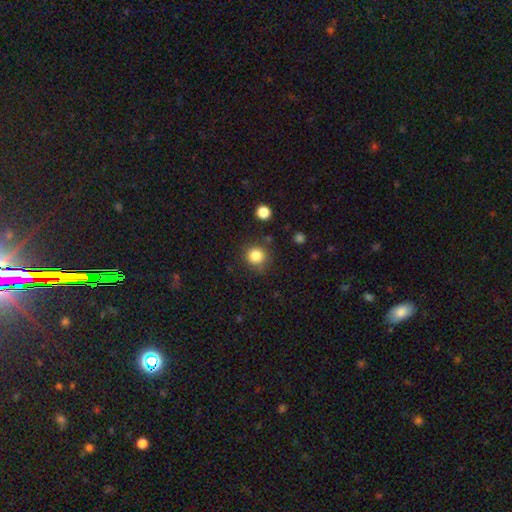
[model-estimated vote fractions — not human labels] Overall: smooth (84%). How rounded: round (92%). Merging: none (82%).